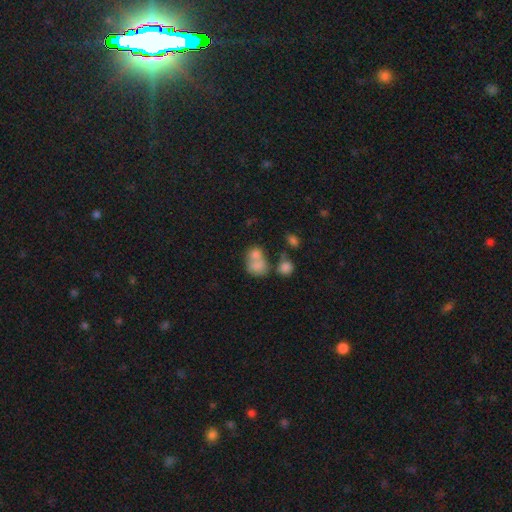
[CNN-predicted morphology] This appears to be a smooth galaxy with no disk features (74%) that is round (51%). Merging: merger (61%).